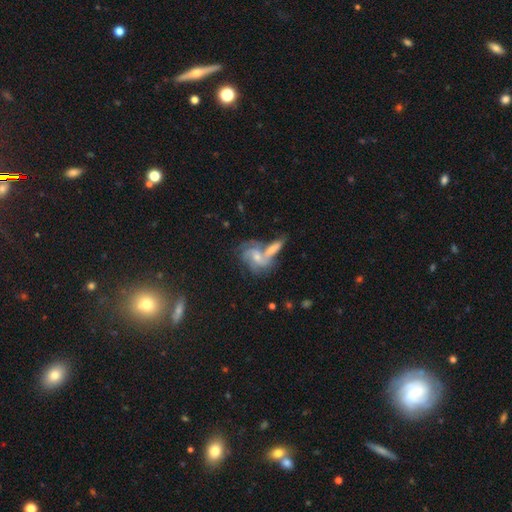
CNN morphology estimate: A featured or disk galaxy (73%) with no bar (57%), 3 (32%) medium (46%) spiral arms (91%) and a small central bulge (46%).

Vote fractions:
- Smooth or featured? featured or disk: 73% / smooth: 19% / star or artifact: 8%
- Edge-on disk? no: 95% / yes: 5%
- Bar? no: 57% / weak: 34% / strong: 9%
- Spiral arms? yes: 91% / no: 9%
- Spiral winding? medium: 46% / tight: 37% / loose: 17%
- Spiral arm count? 3: 32% / 2: 30% / can't tell: 23% / 4: 6% / 1: 5% / more than 4: 4%
- Bulge size? small: 46% / moderate: 42% / none: 6% / large: 4% / dominant: 1%
- Merging? merger: 48% / none: 31% / minor disturbance: 12% / major disturbance: 9%